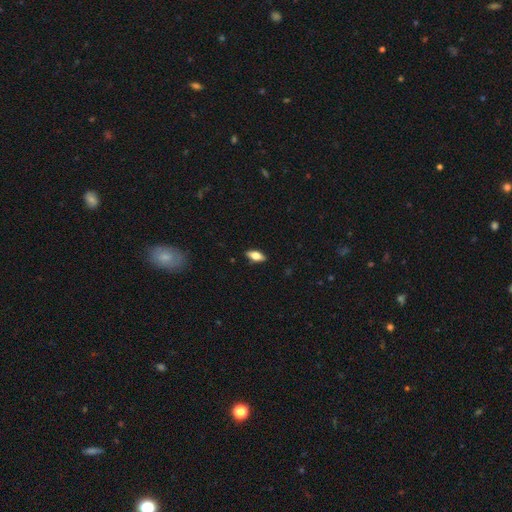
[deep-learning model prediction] Q: Smooth or featured?
A: smooth (67%); runner-up: featured or disk (26%)
Q: How rounded?
A: in between (83%); runner-up: cigar-shaped (14%)
Q: Merging?
A: none (88%); runner-up: minor disturbance (9%)